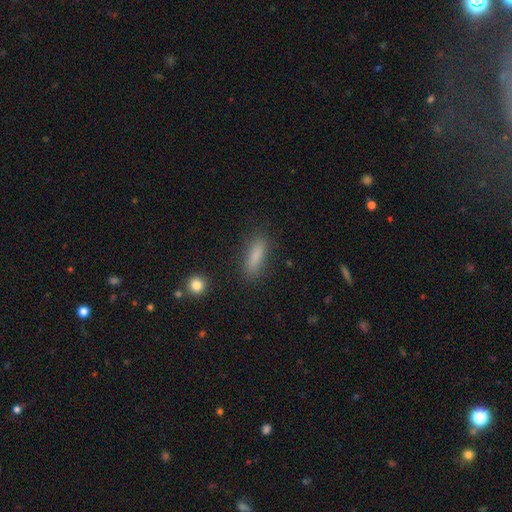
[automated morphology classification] Smooth or featured: smooth — 82% (star or artifact — 9%)
How rounded: cigar-shaped — 59% (in between — 39%)
Merging: none — 84% (minor disturbance — 11%)